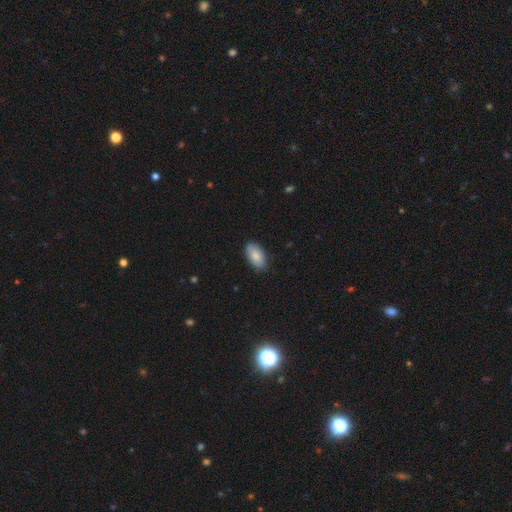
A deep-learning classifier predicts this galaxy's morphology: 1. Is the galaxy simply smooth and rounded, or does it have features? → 85% smooth, 9% featured or disk, 6% star or artifact.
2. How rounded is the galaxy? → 95% in between, 3% round, 2% cigar-shaped.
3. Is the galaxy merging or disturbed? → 84% none, 13% minor disturbance, 2% major disturbance, 1% merger.